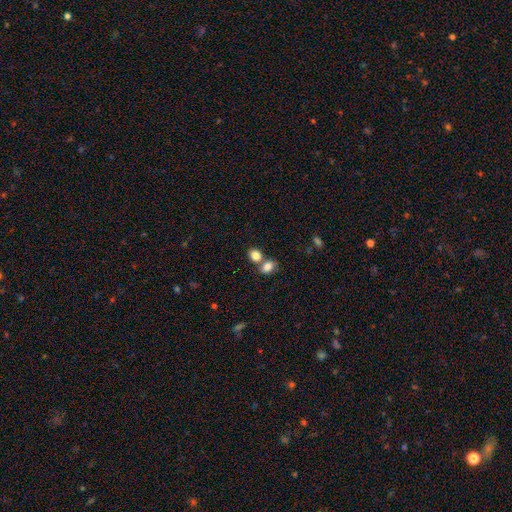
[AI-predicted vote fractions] smooth-or-featured: smooth: 83% | star or artifact: 10% | featured or disk: 8%
  how-rounded: round: 50% | in between: 49% | cigar-shaped: 1%
  merging: merger: 44% (tied) | none: 44% (tied) | minor disturbance: 8% | major disturbance: 3%